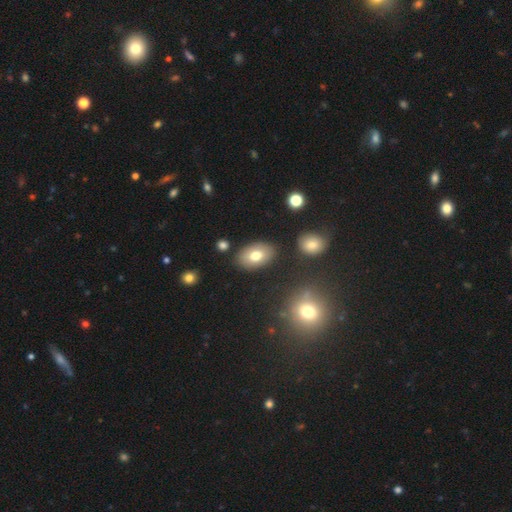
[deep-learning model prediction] Morphology: type=smooth (75%); roundness=in between (87%); merging=none (84%).